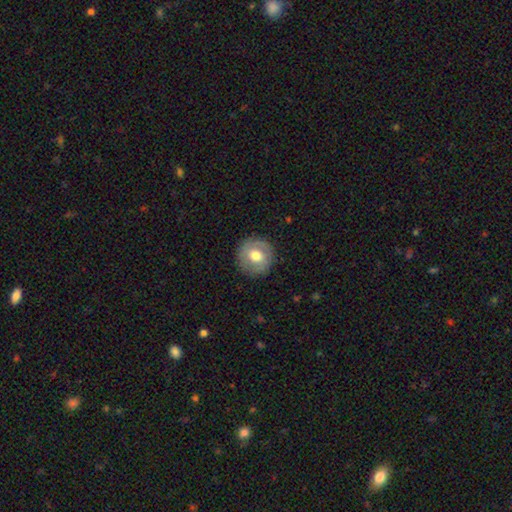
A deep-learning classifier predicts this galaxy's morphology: Smooth or featured?
  - smooth: 60% *
  - featured or disk: 32%
  - star or artifact: 8%
How rounded?
  - round: 94% *
  - in between: 5%
  - cigar-shaped: 1%
Merging?
  - none: 87% *
  - minor disturbance: 9%
  - major disturbance: 3%
  - merger: 1%